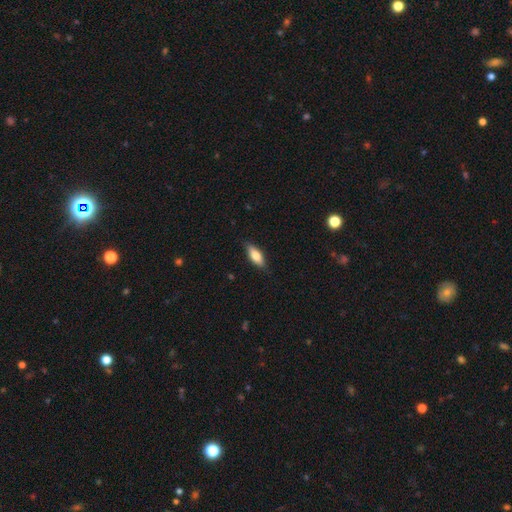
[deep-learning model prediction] smooth_or_featured: smooth (p=0.72) [alt: featured or disk p=0.22]
how_rounded: in between (p=0.70) [alt: cigar-shaped p=0.28]
merging: none (p=0.85) [alt: minor disturbance p=0.12]